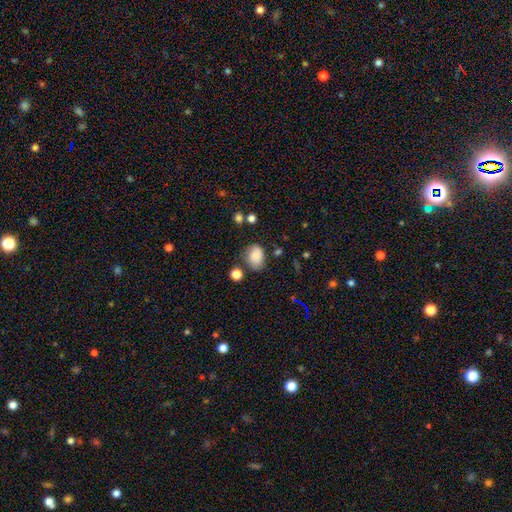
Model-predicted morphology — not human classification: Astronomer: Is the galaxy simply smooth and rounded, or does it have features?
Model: smooth — 77%.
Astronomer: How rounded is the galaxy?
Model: in between — 61% (runner-up: round, 38%).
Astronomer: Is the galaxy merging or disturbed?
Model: none — 57%.